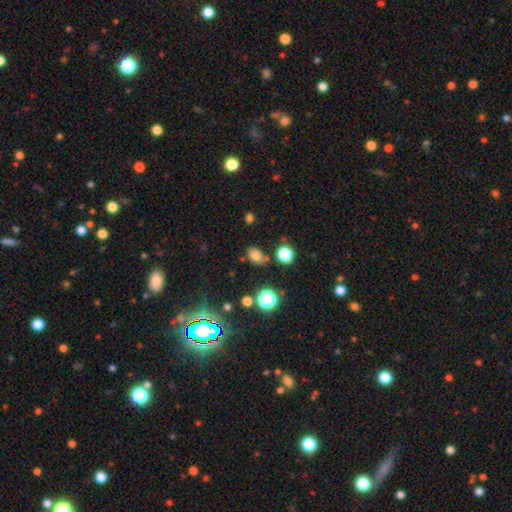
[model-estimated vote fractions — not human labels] A smooth galaxy with no disk features (73%) that is in between round and cigar-shaped (69%). Merging: none (75%).